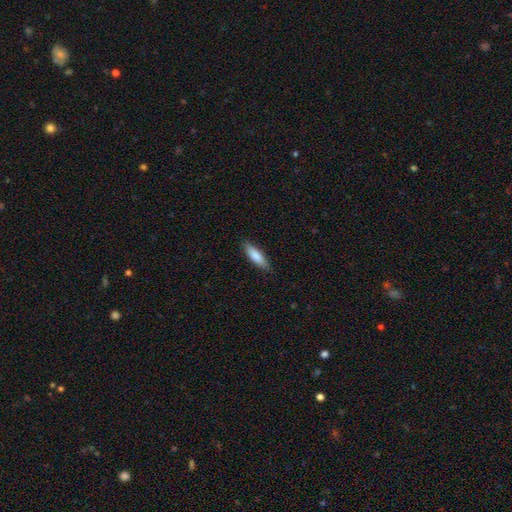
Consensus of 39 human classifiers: Smooth or featured?
  - smooth: 90% *
  - featured or disk: 8%
  - star or artifact: 3%
How rounded?
  - cigar-shaped: 89% *
  - in between: 11%
  - round: 0%
Merging?
  - none: 87% *
  - minor disturbance: 11%
  - major disturbance: 3%
  - merger: 0%